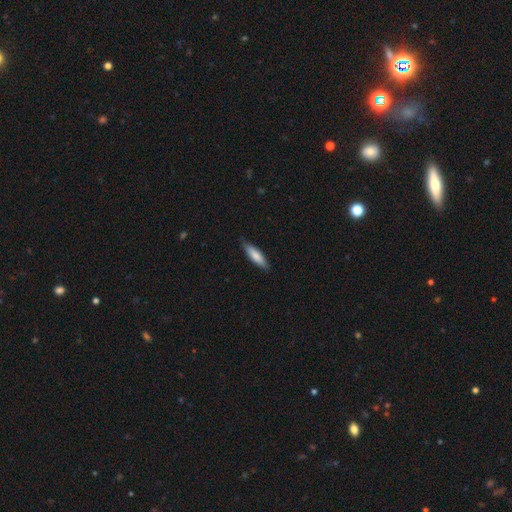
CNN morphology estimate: A smooth galaxy with no disk features (80%) that is cigar-shaped (65%). Merging: none (83%).